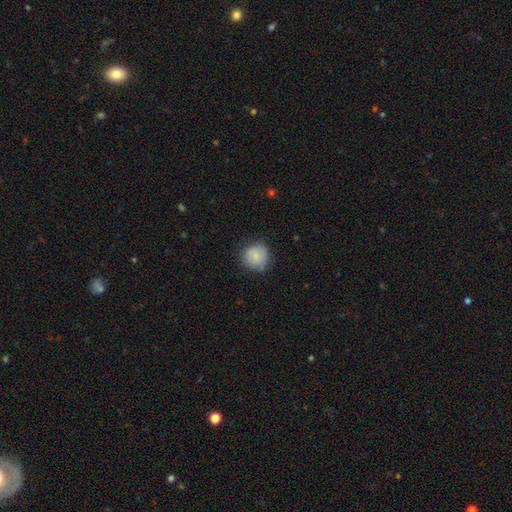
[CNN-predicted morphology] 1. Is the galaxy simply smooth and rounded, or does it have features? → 80% smooth, 13% featured or disk, 7% star or artifact.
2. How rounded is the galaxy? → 89% round, 10% in between, 1% cigar-shaped.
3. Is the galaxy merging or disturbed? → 76% none, 18% minor disturbance, 4% major disturbance, 1% merger.